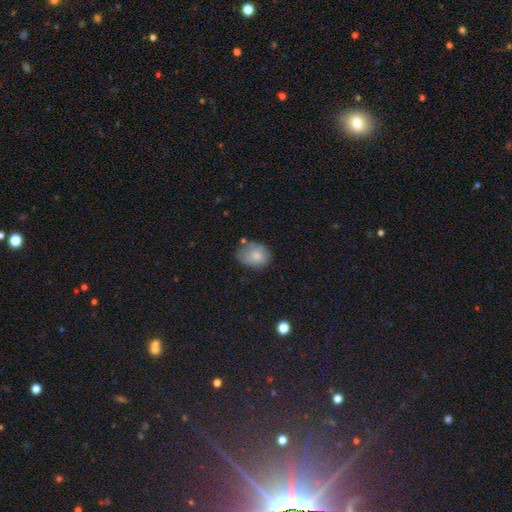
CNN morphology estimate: Q: Smooth or featured?
A: smooth (73%); runner-up: featured or disk (19%)
Q: How rounded?
A: in between (67%); runner-up: round (32%)
Q: Merging?
A: none (56%); runner-up: minor disturbance (30%)